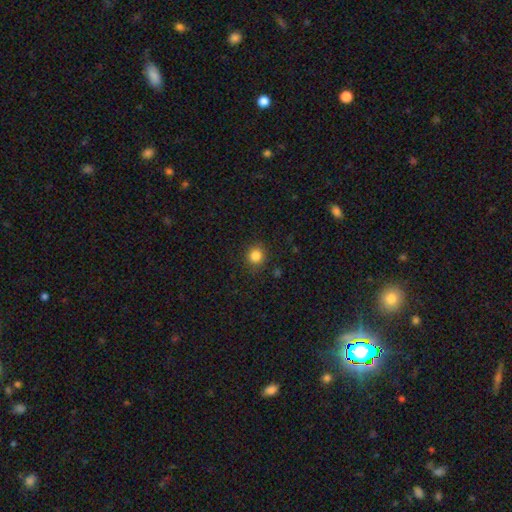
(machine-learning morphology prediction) Smooth or featured?
  - smooth: 84% *
  - star or artifact: 12%
  - featured or disk: 4%
How rounded?
  - round: 89% *
  - in between: 10%
  - cigar-shaped: 1%
Merging?
  - none: 88% *
  - minor disturbance: 8%
  - major disturbance: 3%
  - merger: 1%